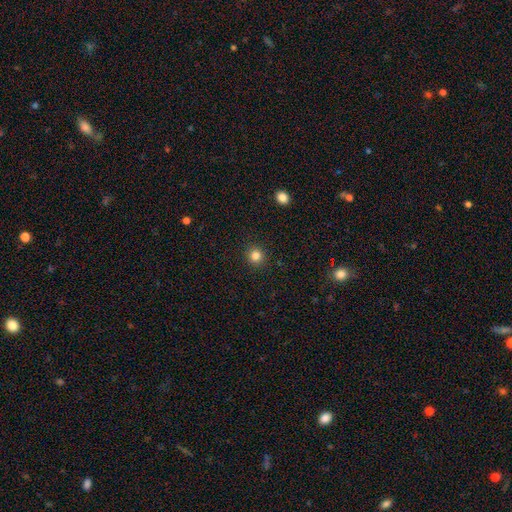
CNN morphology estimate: Smooth or featured: smooth — 82% (star or artifact — 13%)
How rounded: round — 93% (in between — 6%)
Merging: none — 92% (minor disturbance — 5%)